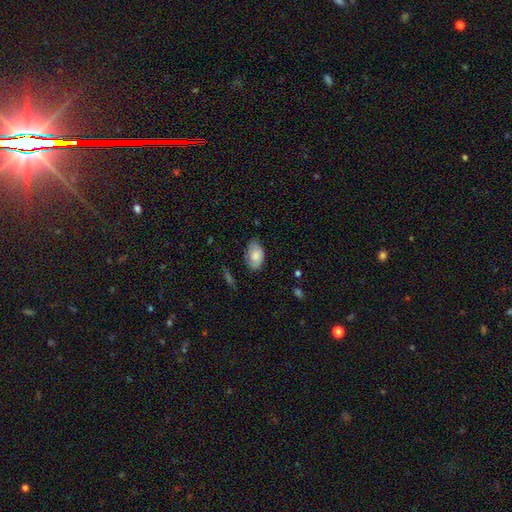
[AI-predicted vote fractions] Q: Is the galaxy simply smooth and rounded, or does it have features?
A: smooth — 73%.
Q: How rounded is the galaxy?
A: in between — 91%.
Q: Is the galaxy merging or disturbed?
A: none — 63%.